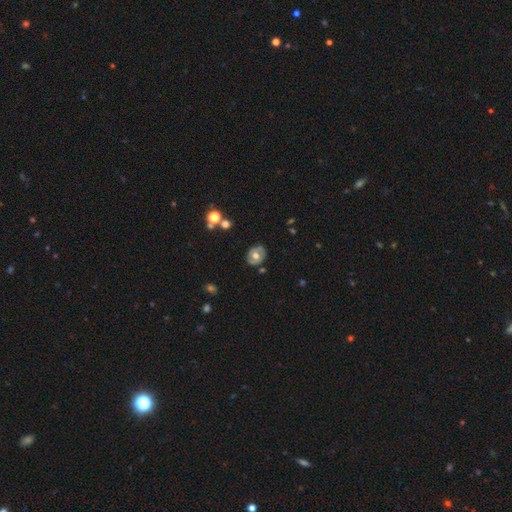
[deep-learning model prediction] This is possibly a featured or disk galaxy (46%, tied with smooth). Merging: clearly none (81%).